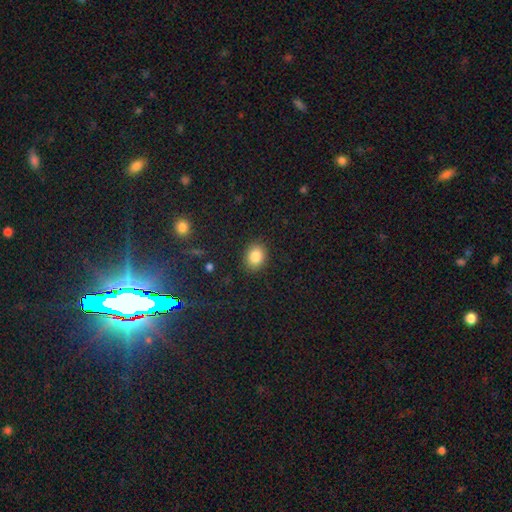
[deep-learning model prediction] Q: Smooth or featured?
A: smooth (85%); runner-up: star or artifact (9%)
Q: How rounded?
A: in between (52%); runner-up: round (47%)
Q: Merging?
A: none (87%); runner-up: minor disturbance (9%)